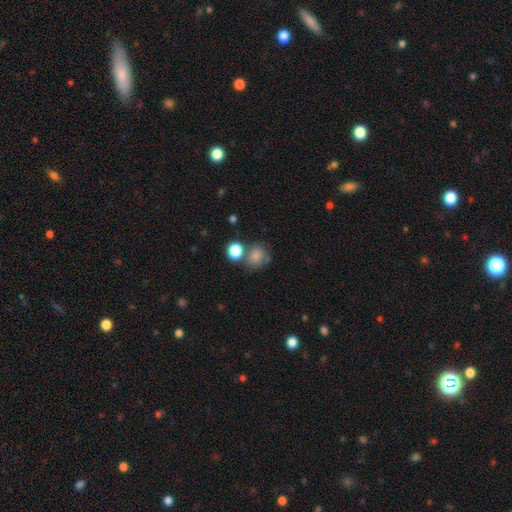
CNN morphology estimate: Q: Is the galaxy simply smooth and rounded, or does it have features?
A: smooth — 80%.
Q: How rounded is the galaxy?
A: round — 72%.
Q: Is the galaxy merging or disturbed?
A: none — 56%.